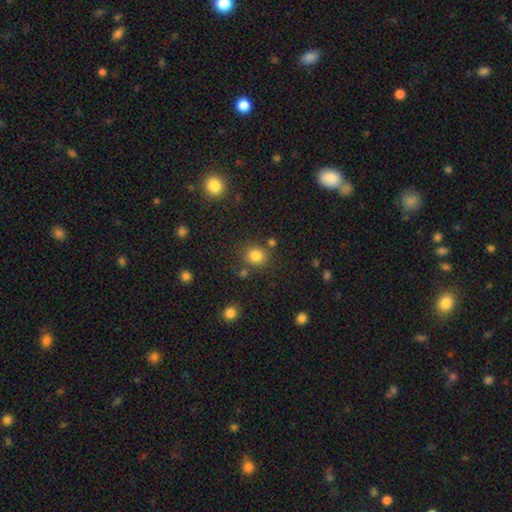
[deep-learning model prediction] Smooth or featured? smooth (82%)
How rounded? round (79%)
Merging? none (76%)